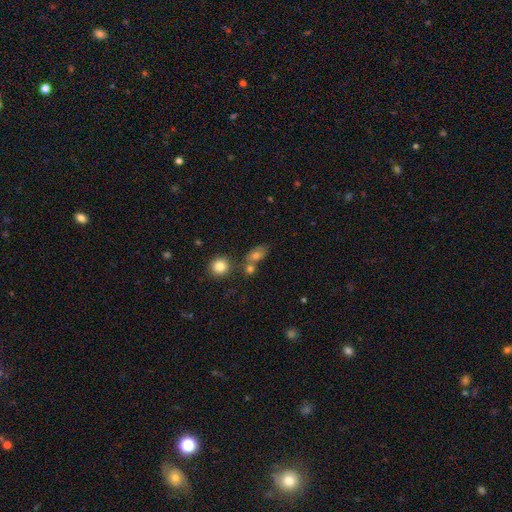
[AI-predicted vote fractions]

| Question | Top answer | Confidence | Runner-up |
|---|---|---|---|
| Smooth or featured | smooth | 68% | star or artifact (16%) |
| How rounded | in between | 71% | round (25%) |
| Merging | none | 49% | merger (27%) |